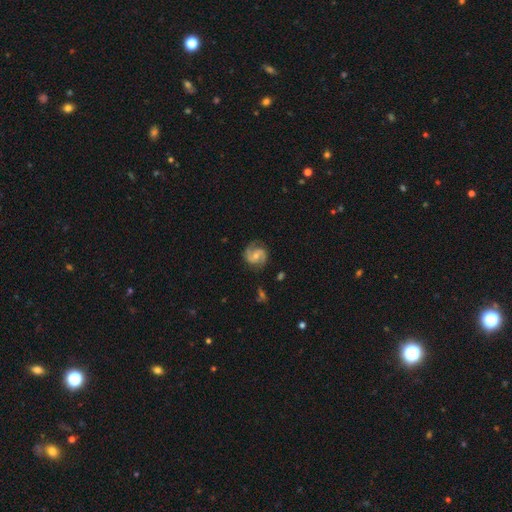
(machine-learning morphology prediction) featured or disk 88%, smooth 7%, star or artifact 5%. Down the decision tree: edge-on disk — no (98%); bar — no (46%); spiral arms — yes (97%); spiral arm count — 2 (92%); spiral winding — medium (55%); bulge size — moderate (49%); merging — none (81%).